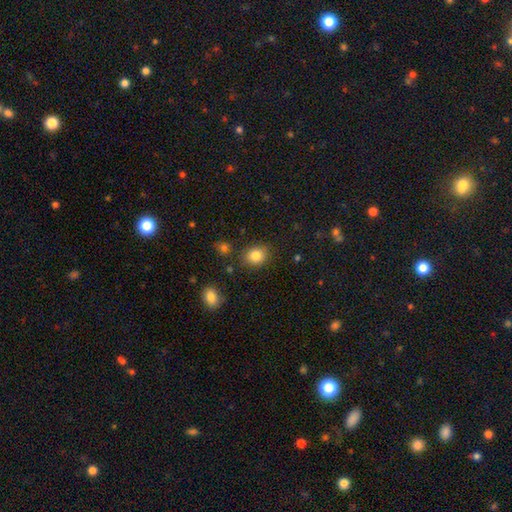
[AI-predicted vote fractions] Smooth or featured? Predicted: smooth (p=0.83). How rounded? Predicted: round (p=0.63). Merging? Predicted: none (p=0.85).